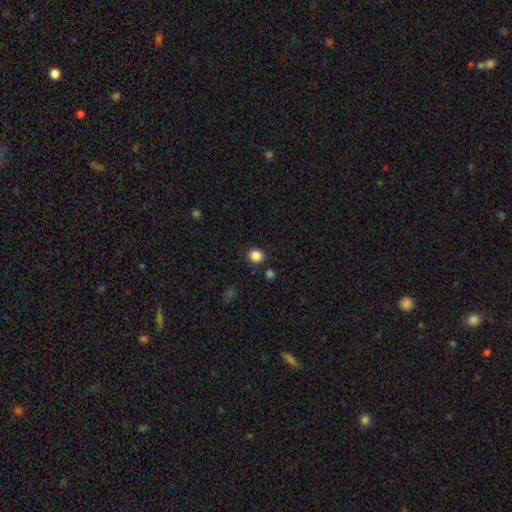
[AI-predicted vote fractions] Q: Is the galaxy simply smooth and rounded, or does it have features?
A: smooth — 86%.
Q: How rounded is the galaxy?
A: round — 83%.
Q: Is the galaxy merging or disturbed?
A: none — 86%.